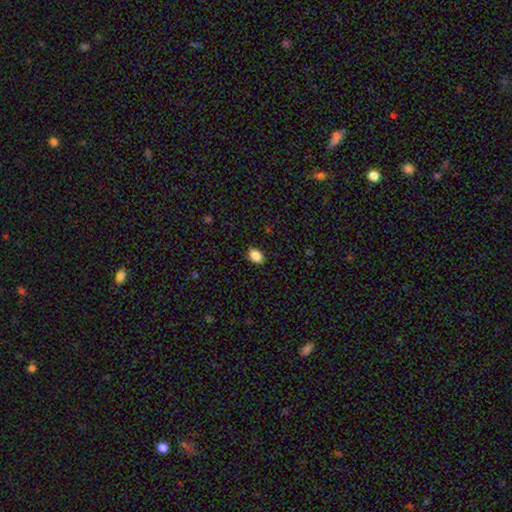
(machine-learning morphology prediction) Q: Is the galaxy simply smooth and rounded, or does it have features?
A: smooth — 87%.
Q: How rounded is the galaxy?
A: in between — 86%.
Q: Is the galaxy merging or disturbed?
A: none — 88%.